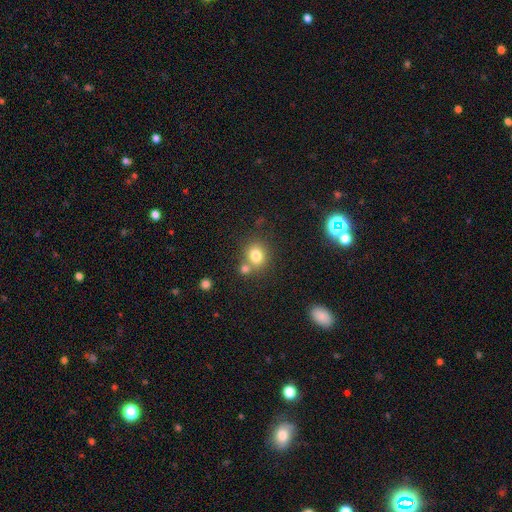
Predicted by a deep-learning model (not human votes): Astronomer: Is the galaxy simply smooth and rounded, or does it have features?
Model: smooth — 79%.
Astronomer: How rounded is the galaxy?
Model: round — 73%.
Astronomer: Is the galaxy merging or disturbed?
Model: none — 60%.